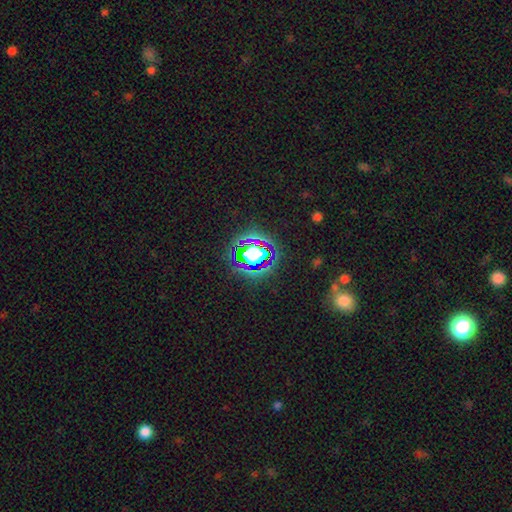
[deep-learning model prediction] star or artifact 58%, smooth 27%, featured or disk 15%.